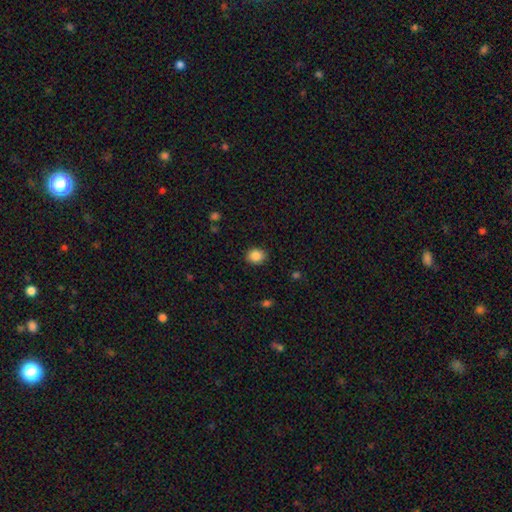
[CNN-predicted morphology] Smooth or featured? Predicted: smooth (p=0.86). How rounded? Predicted: round (p=0.62). Merging? Predicted: none (p=0.88).